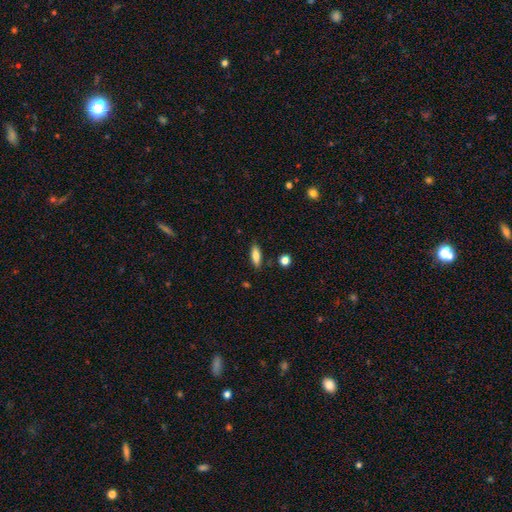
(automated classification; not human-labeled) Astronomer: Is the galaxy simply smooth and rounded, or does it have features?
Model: smooth — 76%.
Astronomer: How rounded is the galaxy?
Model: in between — 58% (runner-up: cigar-shaped, 40%).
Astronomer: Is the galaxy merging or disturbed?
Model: none — 85%.